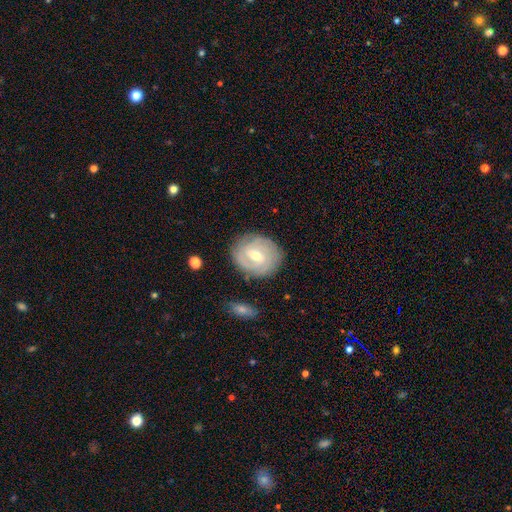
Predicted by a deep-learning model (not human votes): Smooth or featured? featured or disk (73%)
Edge-on disk? no (96%)
Bar? weak (59%)
Spiral arms? yes (85%)
Spiral winding? tight (64%)
Spiral arm count? 2 (38%)
Bulge size? moderate (53%)
Merging? none (81%)